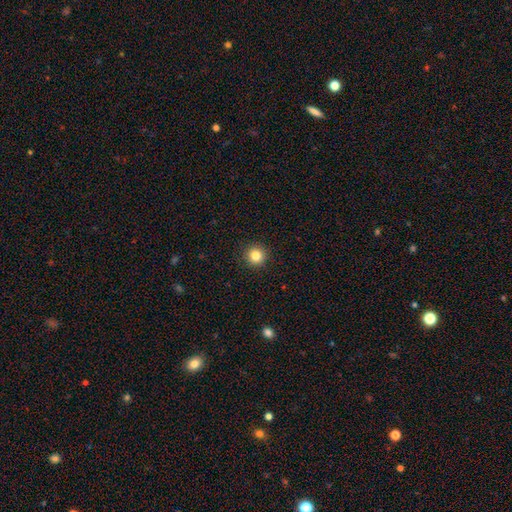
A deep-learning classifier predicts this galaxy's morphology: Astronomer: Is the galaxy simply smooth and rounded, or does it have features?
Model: smooth — 83%.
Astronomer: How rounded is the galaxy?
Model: round — 95%.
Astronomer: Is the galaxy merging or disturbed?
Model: none — 93%.